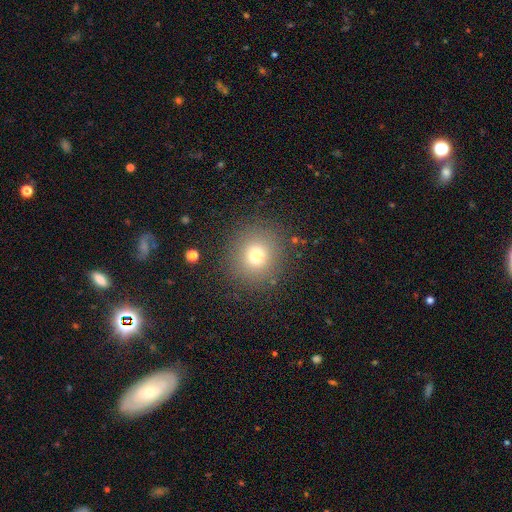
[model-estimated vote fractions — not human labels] This appears to be a smooth galaxy with no disk features (71%) that is round (89%). Merging: none (83%).